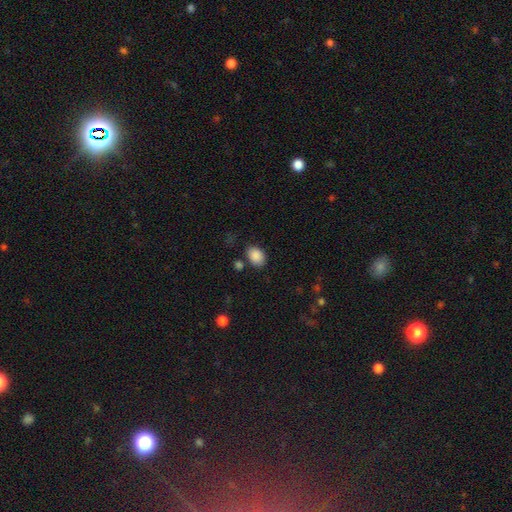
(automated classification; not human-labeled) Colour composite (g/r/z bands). It shows a smooth galaxy with no disk features (88%) that is in between round and cigar-shaped (77%). Merging: none (77%).